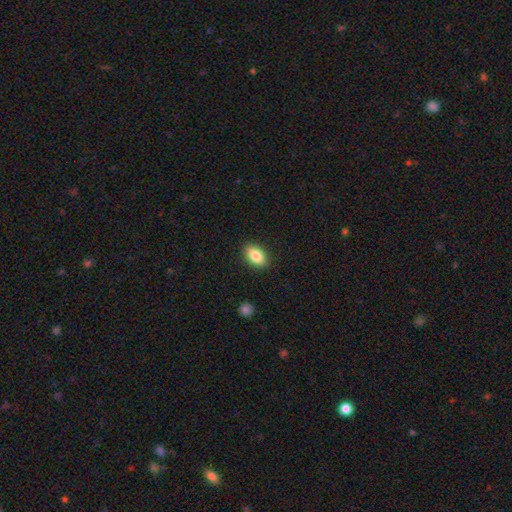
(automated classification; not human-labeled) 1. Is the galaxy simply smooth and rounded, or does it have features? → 84% smooth, 8% featured or disk, 8% star or artifact.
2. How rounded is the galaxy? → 87% in between, 10% round, 2% cigar-shaped.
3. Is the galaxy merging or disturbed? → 88% none, 8% minor disturbance, 2% major disturbance, 1% merger.